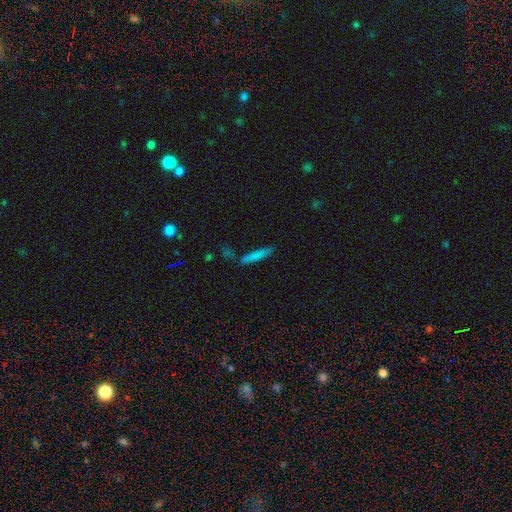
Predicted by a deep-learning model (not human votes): The model was most divided on "smooth or featured": smooth: 76%, featured or disk: 16%, star or artifact: 8%. More confident: how rounded — cigar-shaped (91%); merging — none (79%).